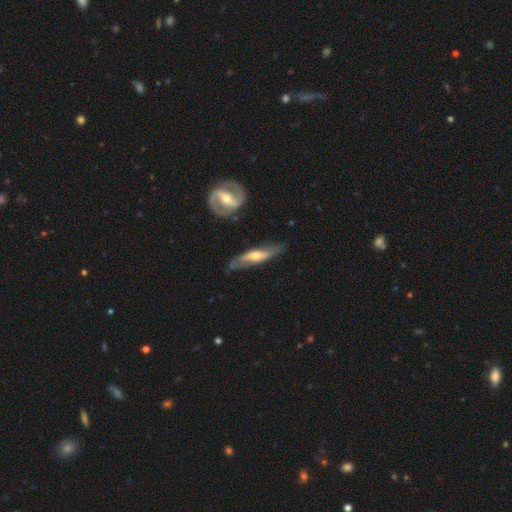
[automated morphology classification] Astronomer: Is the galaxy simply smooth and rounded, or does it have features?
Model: featured or disk — 63%.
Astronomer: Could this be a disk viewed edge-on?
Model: yes — 56% (runner-up: no, 44%).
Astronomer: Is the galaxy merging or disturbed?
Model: none — 72%.